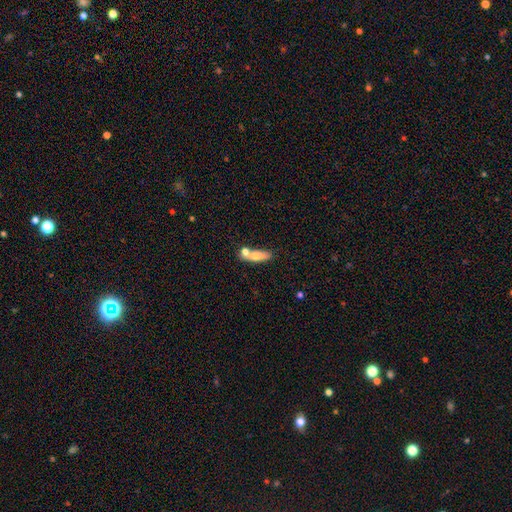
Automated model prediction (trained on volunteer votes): Smooth or featured?
  - smooth: 71% *
  - featured or disk: 22%
  - star or artifact: 7%
How rounded?
  - in between: 49% *
  - cigar-shaped: 46%
  - round: 5%
Merging?
  - none: 43% *
  - merger: 38%
  - minor disturbance: 13%
  - major disturbance: 6%